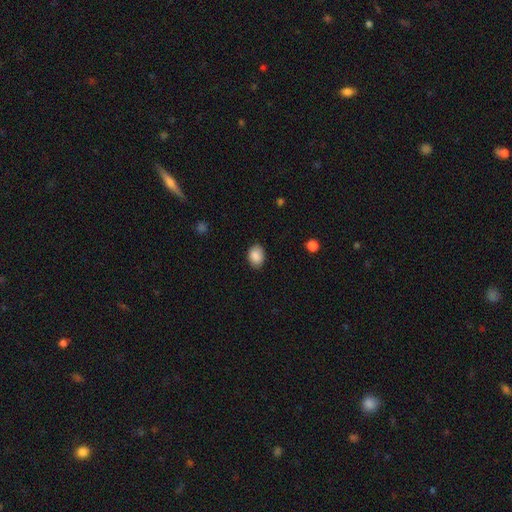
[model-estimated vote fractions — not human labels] The model was most divided on "how rounded": in between: 72%, round: 27%, cigar-shaped: 1%. More confident: smooth or featured — smooth (89%); merging — none (85%).